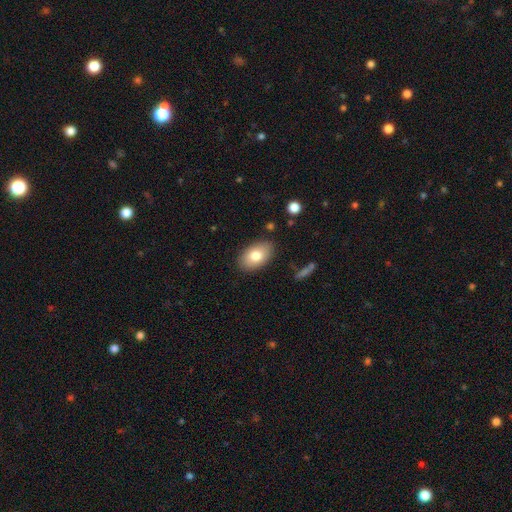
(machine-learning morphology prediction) type=smooth (78%); roundness=in between (91%); merging=none (86%).